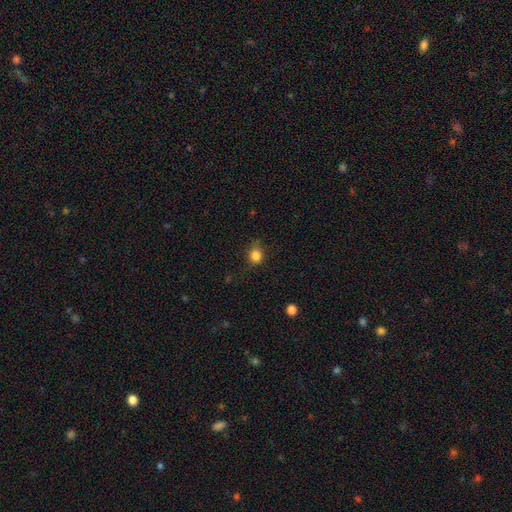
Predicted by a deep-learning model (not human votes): Smooth or featured? smooth (83%)
How rounded? round (68%)
Merging? none (68%)